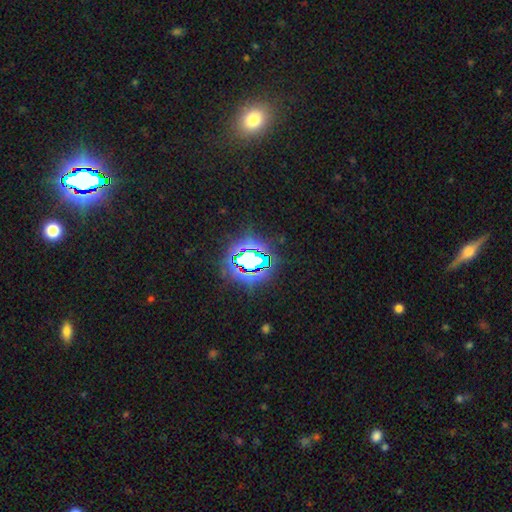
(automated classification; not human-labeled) Smooth or featured: star or artifact — 74% (smooth — 15%)